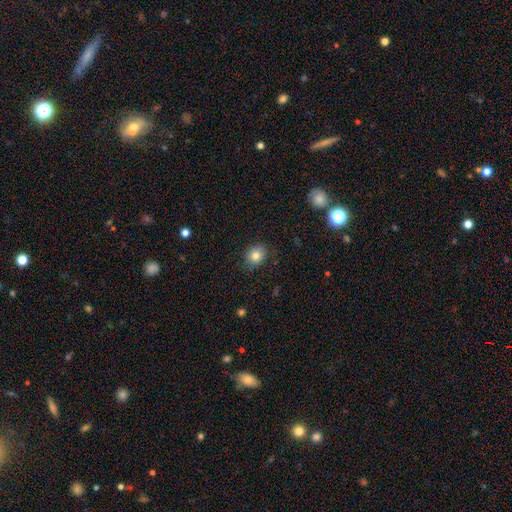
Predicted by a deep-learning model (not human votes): A smooth galaxy with no disk features (80%) that is round (61%).

Vote fractions:
- Smooth or featured? smooth: 80% / star or artifact: 10% / featured or disk: 10%
- How rounded? round: 61% / in between: 38% / cigar-shaped: 1%
- Merging? none: 86% / minor disturbance: 11% / major disturbance: 2% / merger: 1%